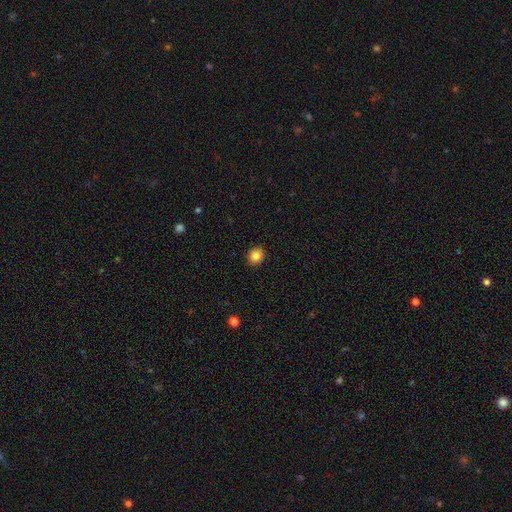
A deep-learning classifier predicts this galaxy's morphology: This appears to be a smooth galaxy with no disk features (84%) that is round (76%). Merging: none (91%).